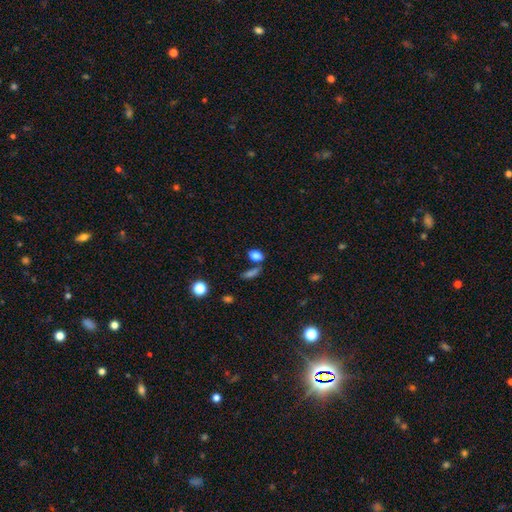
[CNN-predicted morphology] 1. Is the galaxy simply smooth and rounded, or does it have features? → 82% smooth, 11% star or artifact, 7% featured or disk.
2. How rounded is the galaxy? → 82% in between, 13% round, 5% cigar-shaped.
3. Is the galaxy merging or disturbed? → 58% none, 24% merger, 12% minor disturbance, 6% major disturbance.